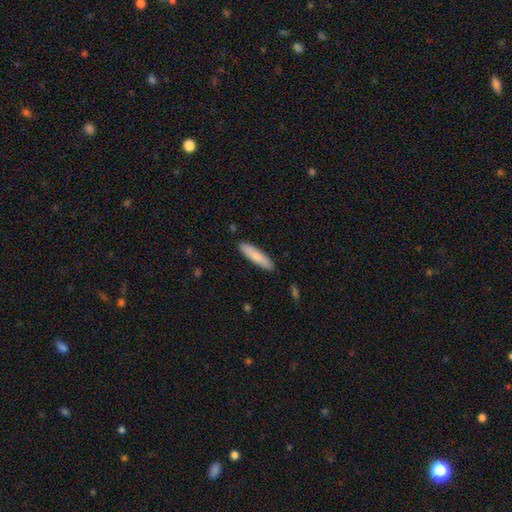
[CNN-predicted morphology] Smooth or featured?
  - smooth: 82% *
  - featured or disk: 13%
  - star or artifact: 5%
How rounded?
  - cigar-shaped: 78% *
  - in between: 20%
  - round: 1%
Merging?
  - none: 89% *
  - minor disturbance: 8%
  - major disturbance: 2%
  - merger: 1%